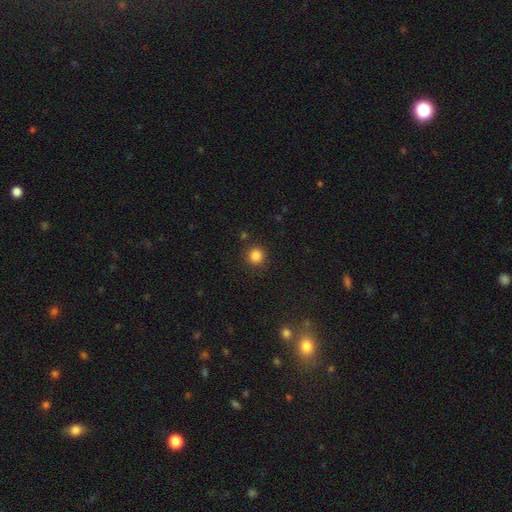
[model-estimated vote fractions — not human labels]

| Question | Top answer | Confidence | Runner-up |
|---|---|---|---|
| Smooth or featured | smooth | 85% | star or artifact (12%) |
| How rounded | round | 91% | in between (8%) |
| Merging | none | 89% | minor disturbance (7%) |